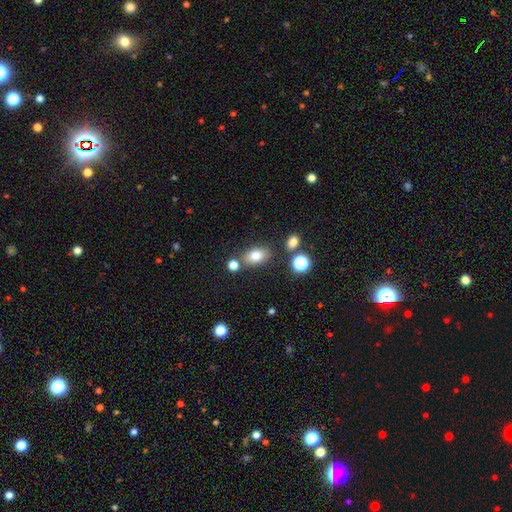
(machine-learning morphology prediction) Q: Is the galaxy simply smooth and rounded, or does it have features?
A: smooth — 79%.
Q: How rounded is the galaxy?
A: in between — 83%.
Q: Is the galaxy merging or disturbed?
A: none — 74%.